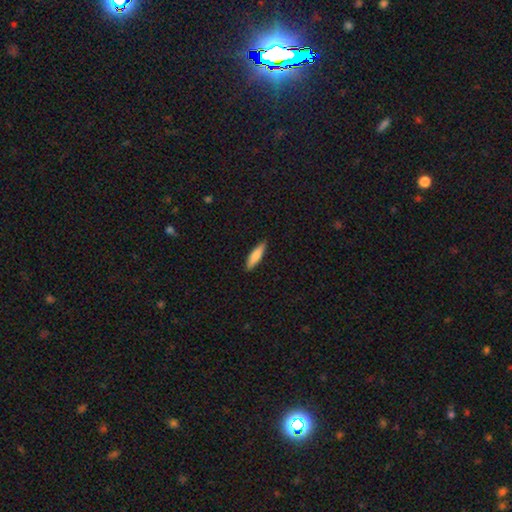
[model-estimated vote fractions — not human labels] Smooth or featured? smooth (81%)
How rounded? cigar-shaped (72%)
Merging? none (88%)